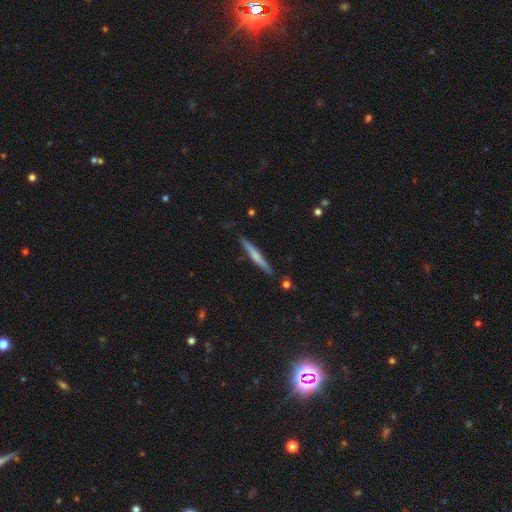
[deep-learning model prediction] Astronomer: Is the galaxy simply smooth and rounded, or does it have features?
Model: featured or disk — 50% (runner-up: smooth, 44%).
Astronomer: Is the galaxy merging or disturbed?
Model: none — 85%.